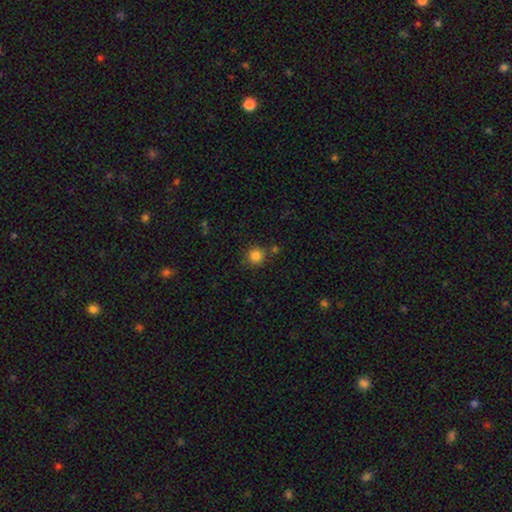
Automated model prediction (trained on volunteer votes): This appears to be a smooth galaxy with no disk features (84%) that is round (93%). Merging: none (82%).